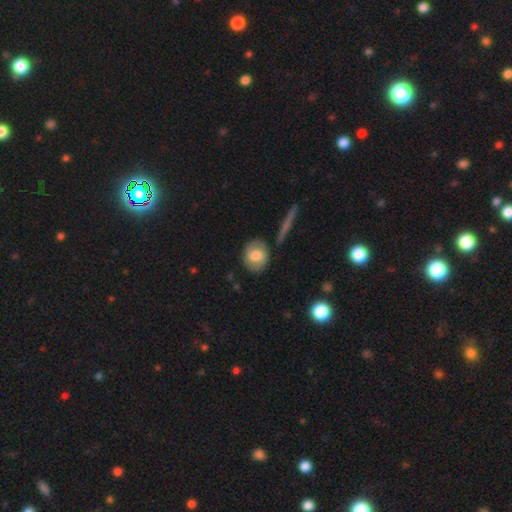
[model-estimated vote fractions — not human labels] Smooth or featured? smooth (59%)
How rounded? round (67%)
Merging? none (80%)